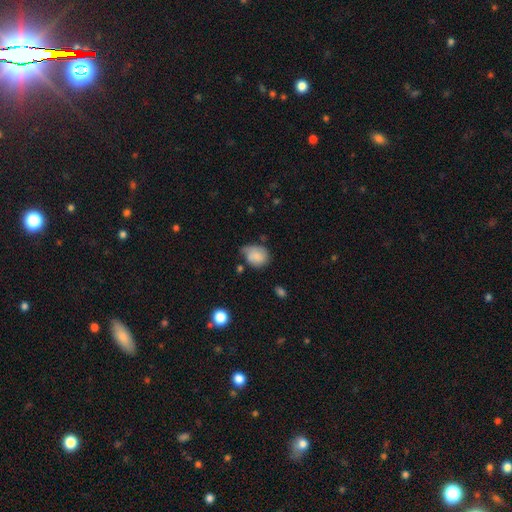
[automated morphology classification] A smooth galaxy with no disk features (74%) that is round (50%). Merging: minor disturbance (41%).